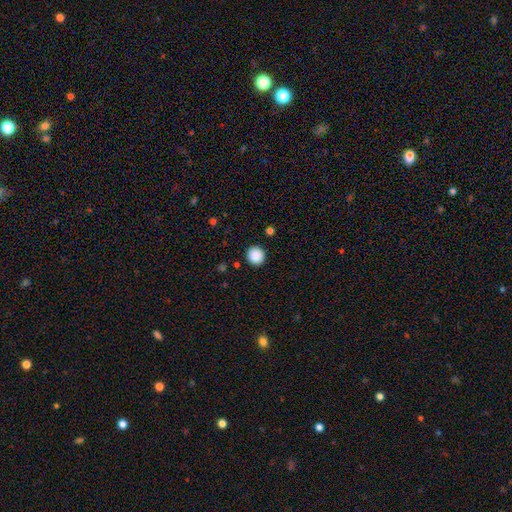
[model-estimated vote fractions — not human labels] A smooth galaxy with no disk features (88%) that is round (93%).

Vote fractions:
- Smooth or featured? smooth: 88% / star or artifact: 9% / featured or disk: 3%
- How rounded? round: 93% / in between: 6% / cigar-shaped: 1%
- Merging? none: 91% / minor disturbance: 6% / major disturbance: 2% / merger: 1%